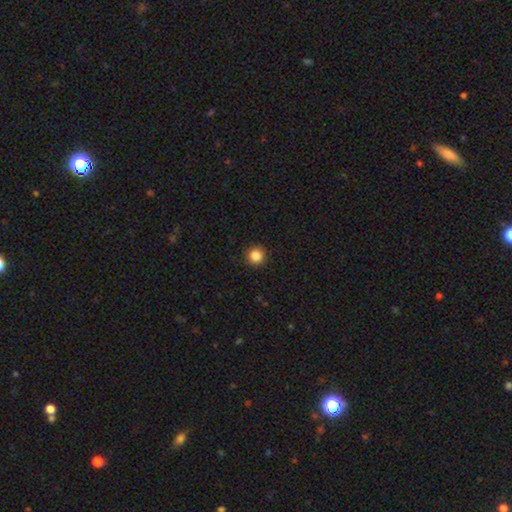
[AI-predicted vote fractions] Smooth or featured: smooth — 86% (star or artifact — 10%)
How rounded: round — 95% (in between — 4%)
Merging: none — 92% (minor disturbance — 5%)